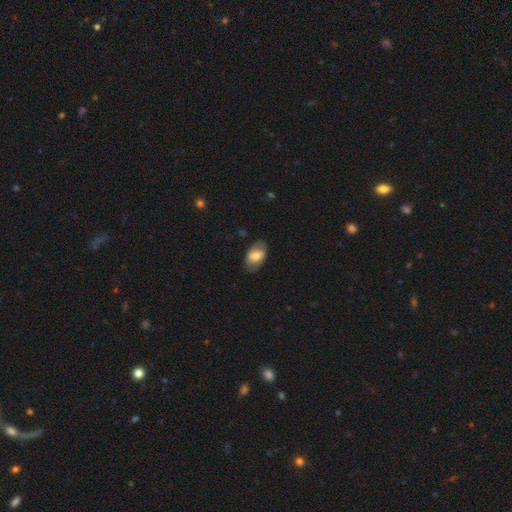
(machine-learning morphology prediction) Smooth or featured?
  - smooth: 60% *
  - featured or disk: 34%
  - star or artifact: 7%
How rounded?
  - in between: 91% *
  - round: 8%
  - cigar-shaped: 2%
Merging?
  - none: 75% *
  - minor disturbance: 18%
  - major disturbance: 6%
  - merger: 1%